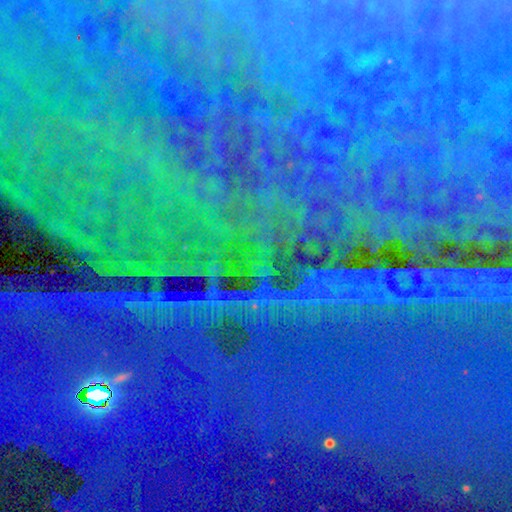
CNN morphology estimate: Smooth or featured? Predicted: star or artifact (p=0.87).